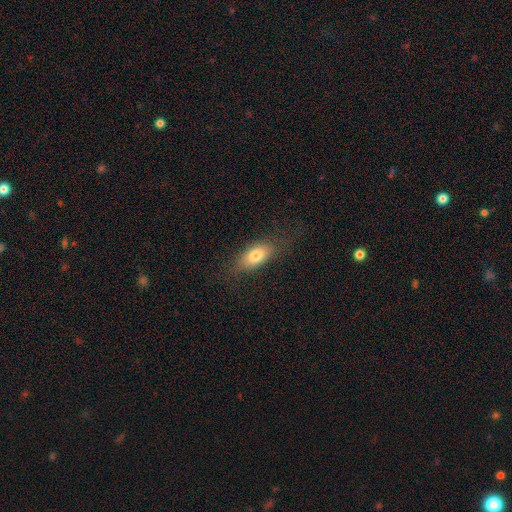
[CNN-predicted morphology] type=smooth (76%); roundness=in between (85%); merging=none (76%).